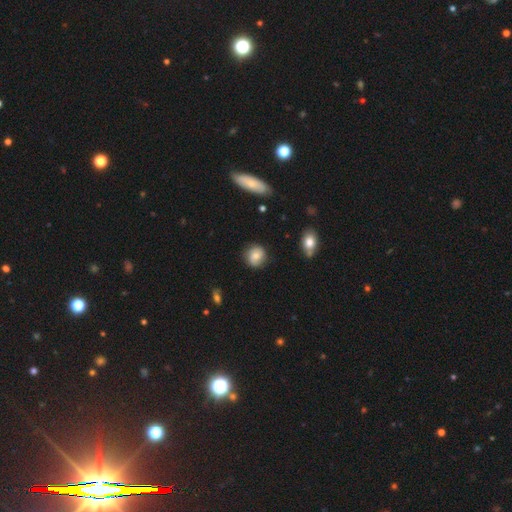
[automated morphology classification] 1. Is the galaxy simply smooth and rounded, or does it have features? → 61% smooth, 30% featured or disk, 9% star or artifact.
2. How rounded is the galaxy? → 78% round, 20% in between, 1% cigar-shaped.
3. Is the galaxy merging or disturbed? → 79% none, 16% minor disturbance, 4% major disturbance, 2% merger.